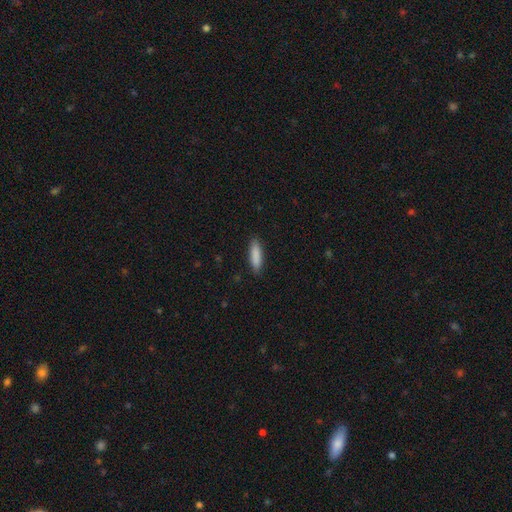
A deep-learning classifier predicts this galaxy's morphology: The model was most divided on "how rounded": cigar-shaped: 65%, in between: 34%, round: 1%. More confident: merging — none (89%); smooth or featured — smooth (88%).